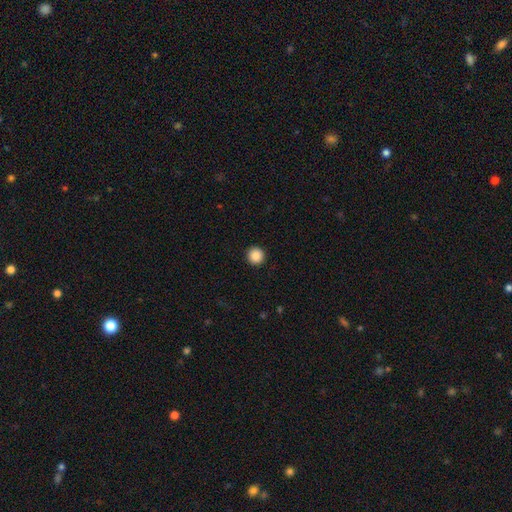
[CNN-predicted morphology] smooth-or-featured: smooth: 89% | star or artifact: 9% | featured or disk: 3%
  how-rounded: round: 96% | in between: 3% | cigar-shaped: 1%
  merging: none: 93% | minor disturbance: 4% | major disturbance: 2% | merger: 1%